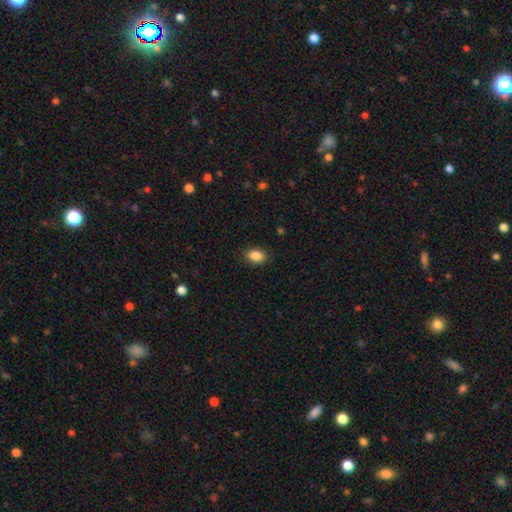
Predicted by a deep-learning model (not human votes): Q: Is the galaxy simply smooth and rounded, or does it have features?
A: smooth — 87%.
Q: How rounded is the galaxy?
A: in between — 81%.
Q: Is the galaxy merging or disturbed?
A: none — 88%.